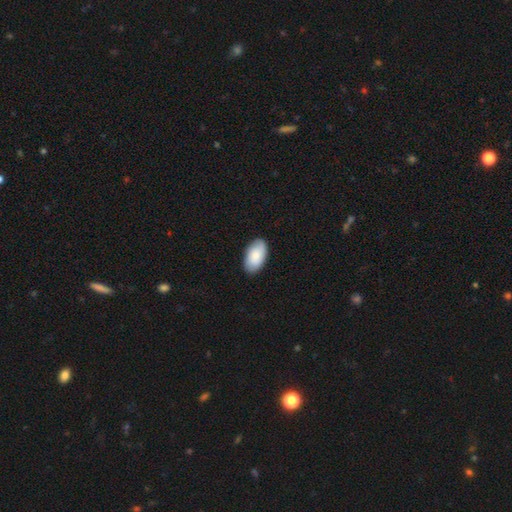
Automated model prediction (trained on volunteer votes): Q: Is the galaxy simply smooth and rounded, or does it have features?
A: smooth — 83%.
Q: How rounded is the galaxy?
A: in between — 95%.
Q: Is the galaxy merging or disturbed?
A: none — 87%.